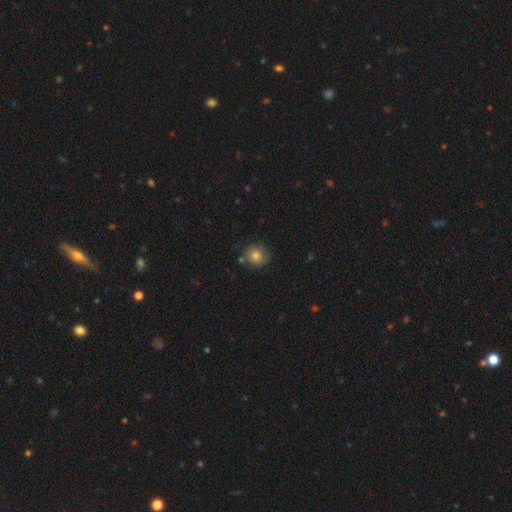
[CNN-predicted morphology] Overall: smooth (79%). How rounded: round (88%). Merging: none (74%).